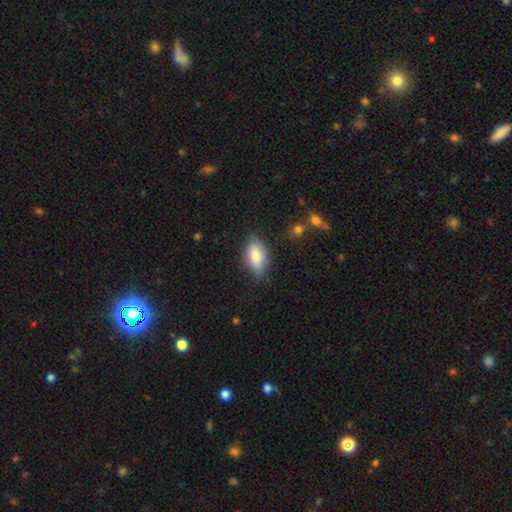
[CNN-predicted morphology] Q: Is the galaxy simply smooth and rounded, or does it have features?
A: smooth — 75%.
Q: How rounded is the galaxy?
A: in between — 85%.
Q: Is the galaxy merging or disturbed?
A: none — 73%.